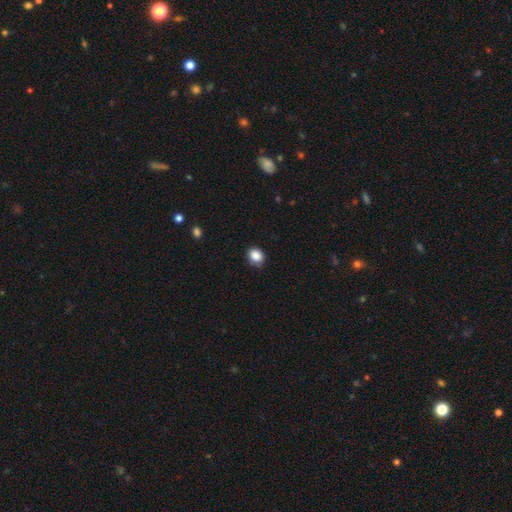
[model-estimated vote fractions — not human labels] A smooth galaxy with no disk features (86%) that is round (57%). Merging: none (76%).